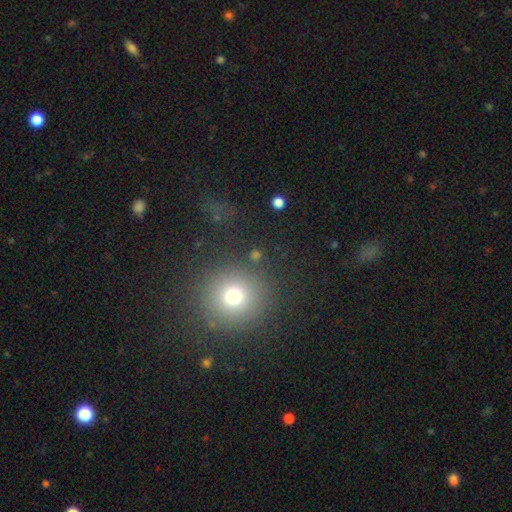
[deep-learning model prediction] This appears to be a smooth galaxy with no disk features (69%) that is round (88%). Merging: none (83%).